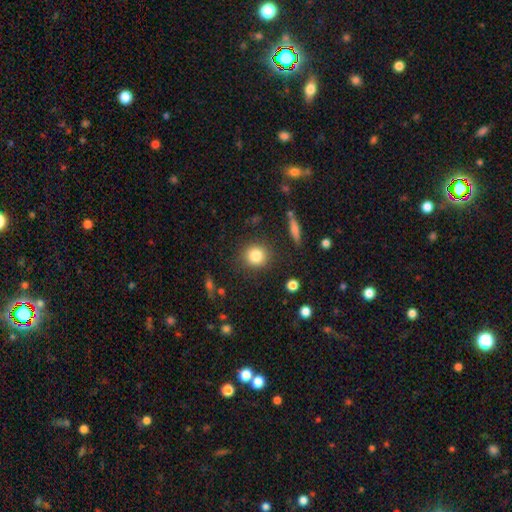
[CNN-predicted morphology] Smooth or featured: smooth — 83% (star or artifact — 10%)
How rounded: round — 88% (in between — 11%)
Merging: none — 86% (minor disturbance — 9%)